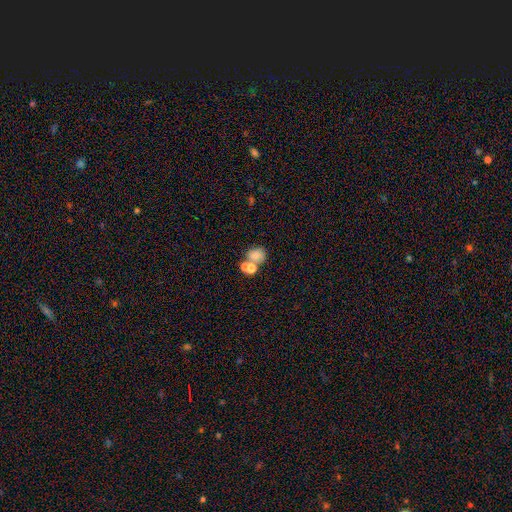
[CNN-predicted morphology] Smooth or featured: smooth — 71% (featured or disk — 16%)
How rounded: round — 63% (in between — 36%)
Merging: merger — 46% (none — 38%)